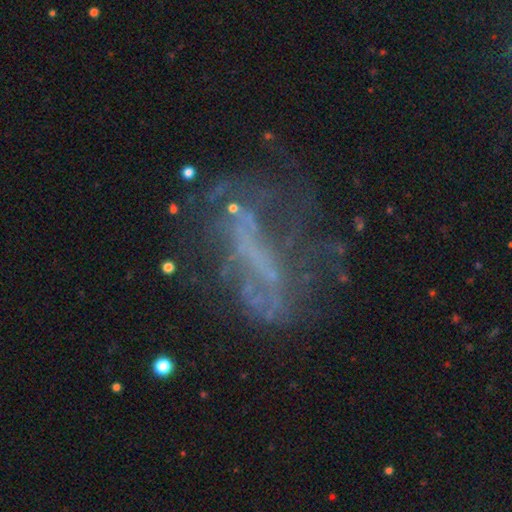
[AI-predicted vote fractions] Q: Smooth or featured?
A: featured or disk (53%); runner-up: star or artifact (29%)
Q: Edge-on disk?
A: no (87%); runner-up: yes (13%)
Q: Merging?
A: none (40%); runner-up: major disturbance (36%)